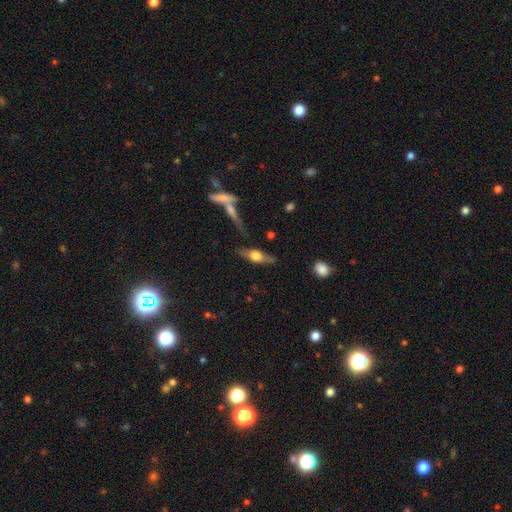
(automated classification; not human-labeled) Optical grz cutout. It shows a featured or disk galaxy (54%) viewed edge-on (89%). Merging: none (73%).